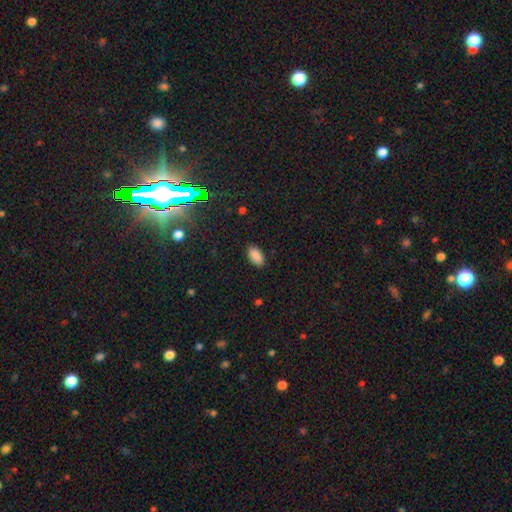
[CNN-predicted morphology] A smooth galaxy with no disk features (89%) that is in between round and cigar-shaped (95%). Merging: none (88%).